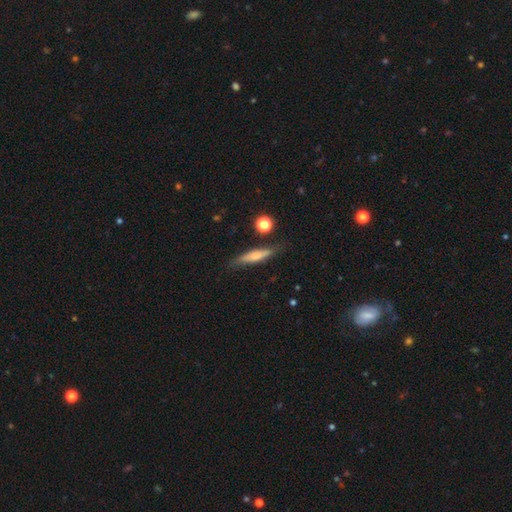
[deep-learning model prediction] smooth 57%, featured or disk 36%, star or artifact 7%. Down the decision tree: how rounded — cigar-shaped (82%); merging — none (79%).